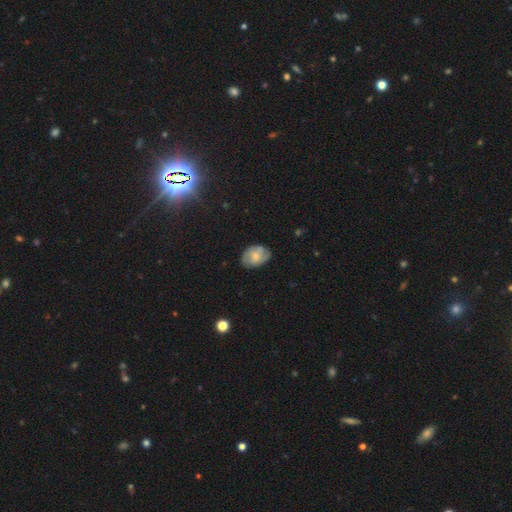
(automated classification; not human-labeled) smooth 48%, featured or disk 44%, star or artifact 7%. Down the decision tree: merging — none (72%).